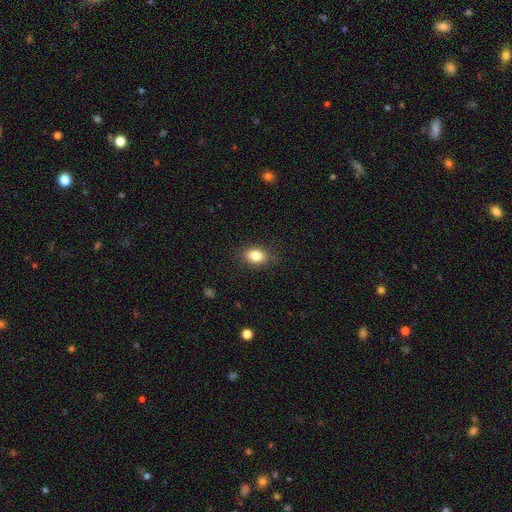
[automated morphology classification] This is clearly a smooth galaxy (84%). How rounded: likely in between (76%). Merging: clearly none (85%).